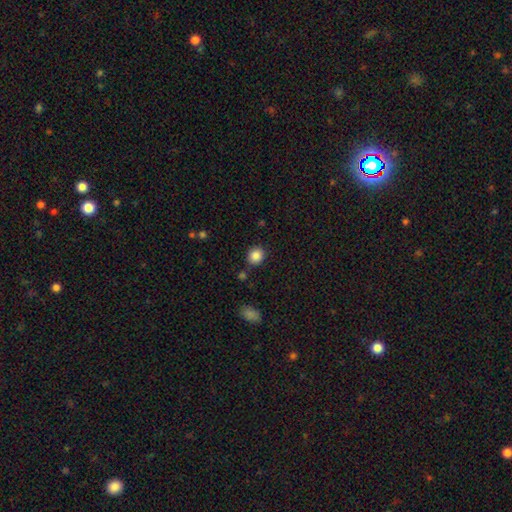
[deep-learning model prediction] Morphology: type=smooth (86%); roundness=round (77%); merging=none (84%).